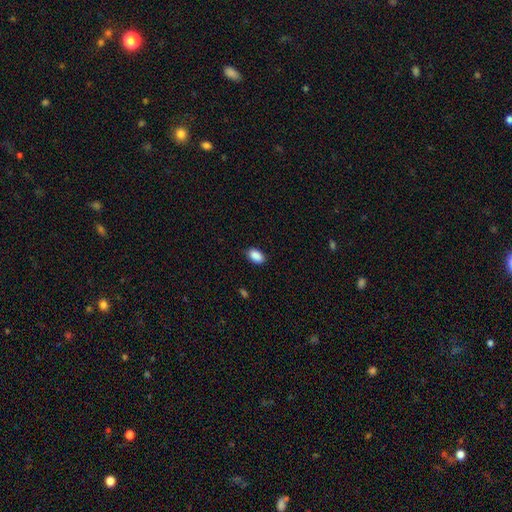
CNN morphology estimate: Smooth or featured? Predicted: smooth (p=0.90). How rounded? Predicted: in between (p=0.91). Merging? Predicted: none (p=0.87).